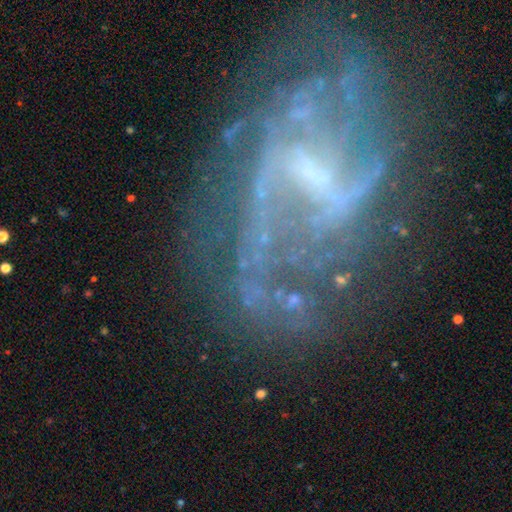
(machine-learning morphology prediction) A featured or disk galaxy (79%) with a weak bar (42%), 2 (47%) loose (44%) spiral arms (82%) and a small central bulge (49%). Merging: none (48%).